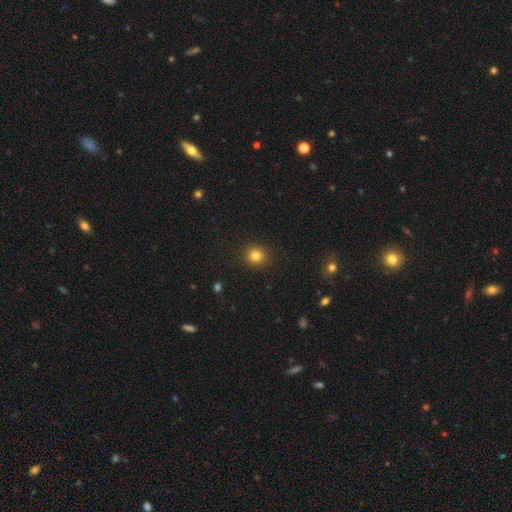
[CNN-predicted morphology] Smooth or featured? smooth (82%)
How rounded? round (88%)
Merging? none (91%)